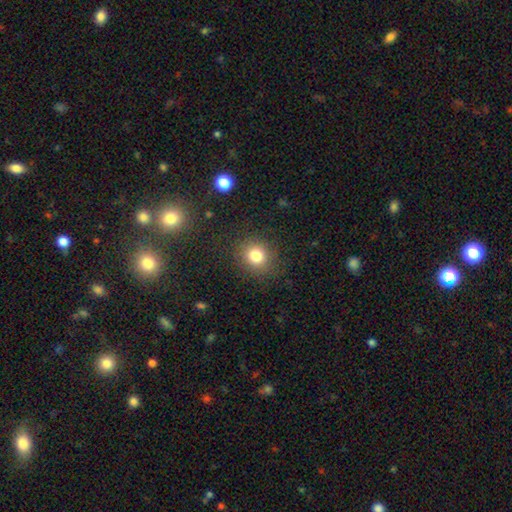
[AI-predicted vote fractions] Smooth or featured? smooth (80%)
How rounded? round (87%)
Merging? none (88%)